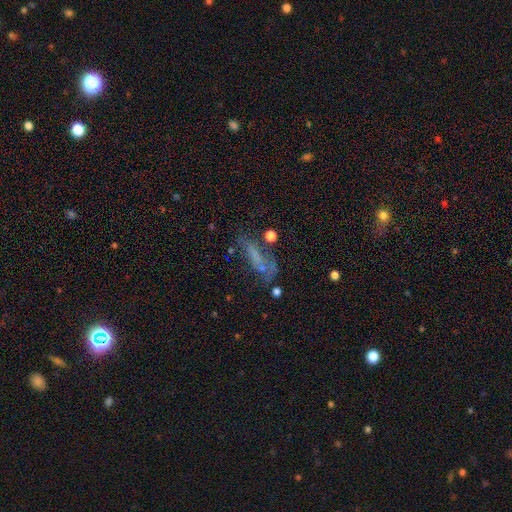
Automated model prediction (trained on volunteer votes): The model was most divided on "smooth or featured": featured or disk: 43%, smooth: 34%, star or artifact: 23%. Remaining: merging — none (43%).